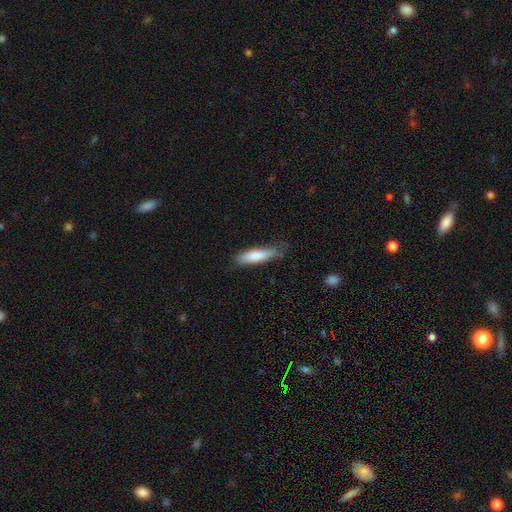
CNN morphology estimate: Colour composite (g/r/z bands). It shows a smooth galaxy with no disk features (79%) that is cigar-shaped (72%). Merging: none (70%).